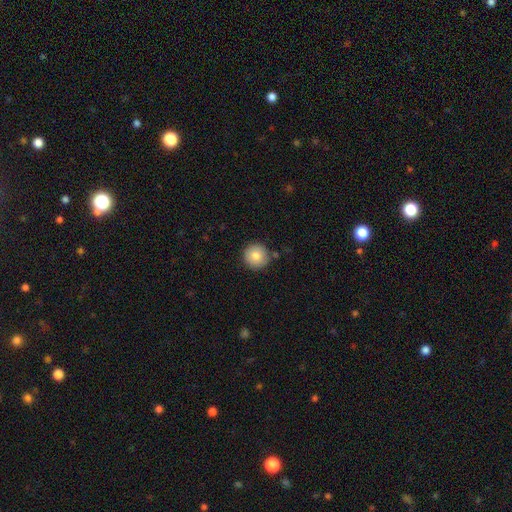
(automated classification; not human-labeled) A smooth galaxy with no disk features (83%) that is round (96%).

Vote fractions:
- Smooth or featured? smooth: 83% / featured or disk: 9% / star or artifact: 8%
- How rounded? round: 96% / in between: 3% / cigar-shaped: 1%
- Merging? none: 86% / minor disturbance: 9% / merger: 4% / major disturbance: 2%